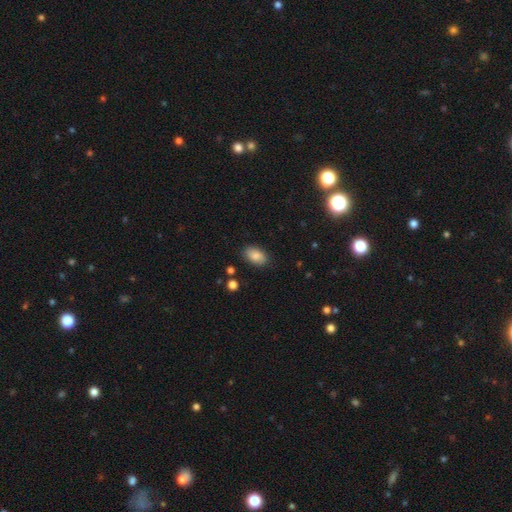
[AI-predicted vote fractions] smooth-or-featured: smooth: 86% | star or artifact: 8% | featured or disk: 7%
  how-rounded: in between: 92% | round: 7% | cigar-shaped: 2%
  merging: none: 86% | minor disturbance: 10% | major disturbance: 2% | merger: 1%